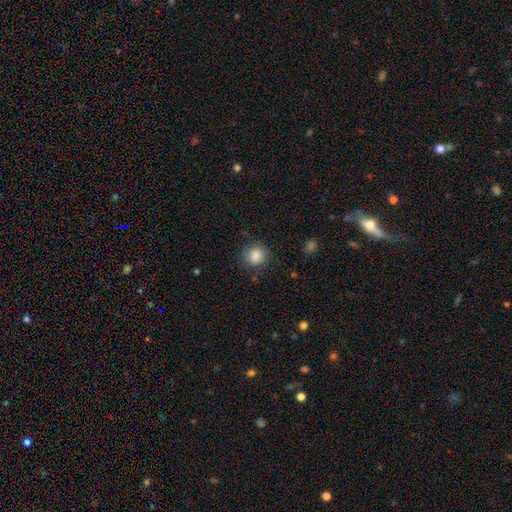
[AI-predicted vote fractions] smooth-or-featured: smooth: 85% | star or artifact: 9% | featured or disk: 6%
  how-rounded: round: 87% | in between: 12% | cigar-shaped: 1%
  merging: none: 84% | minor disturbance: 11% | major disturbance: 3% | merger: 1%